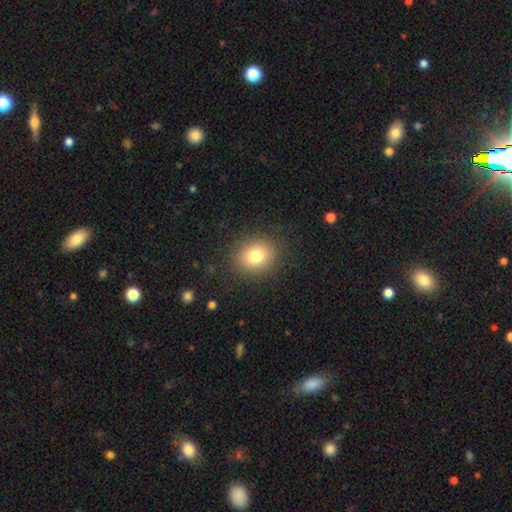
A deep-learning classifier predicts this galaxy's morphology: Smooth or featured?
  - smooth: 80% *
  - star or artifact: 11%
  - featured or disk: 9%
How rounded?
  - round: 65% *
  - in between: 34%
  - cigar-shaped: 1%
Merging?
  - none: 87% *
  - minor disturbance: 8%
  - major disturbance: 3%
  - merger: 1%